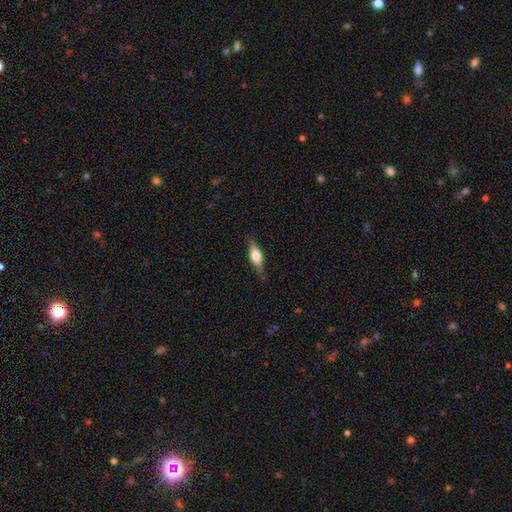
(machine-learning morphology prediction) Smooth or featured? Predicted: smooth (p=0.46, tied with featured or disk). Merging? Predicted: none (p=0.77).